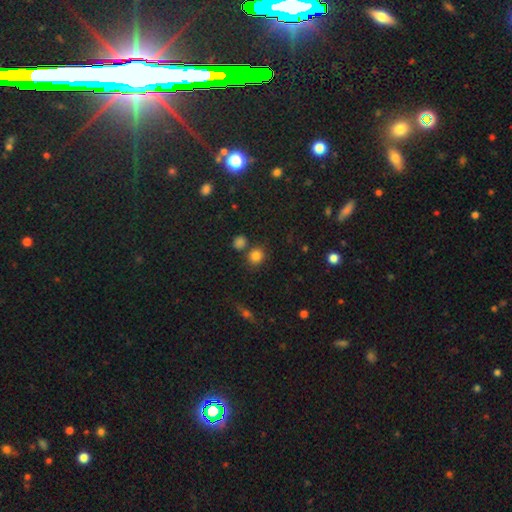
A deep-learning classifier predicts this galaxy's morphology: A smooth galaxy with no disk features (81%) that is round (79%). Merging: none (72%).